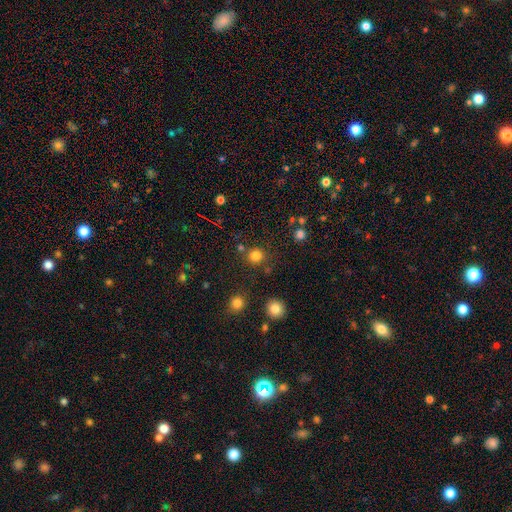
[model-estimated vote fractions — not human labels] Smooth or featured? smooth (81%)
How rounded? round (91%)
Merging? none (81%)